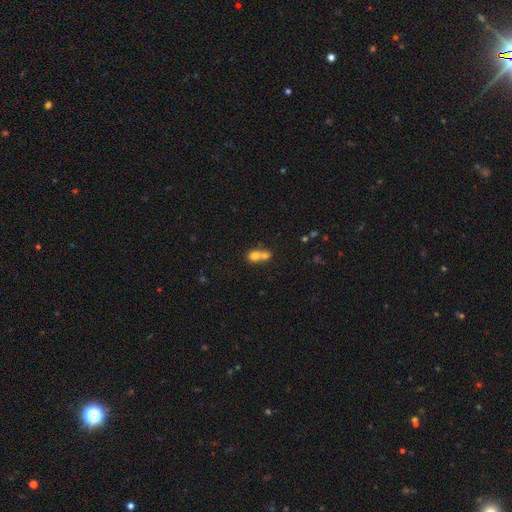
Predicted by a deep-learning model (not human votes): Smooth or featured? smooth (72%)
How rounded? round (70%)
Merging? merger (67%)